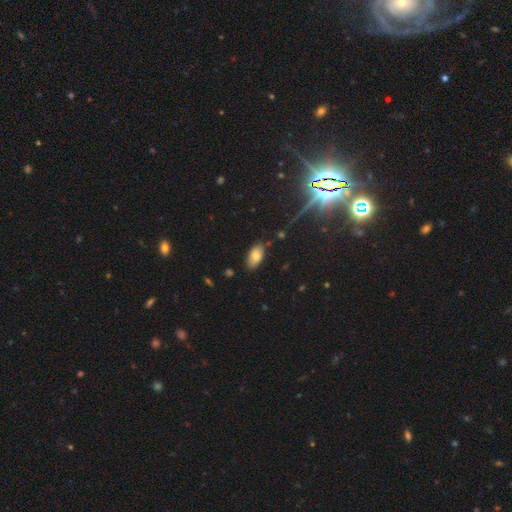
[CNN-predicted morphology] smooth_or_featured: smooth (p=0.76) [alt: featured or disk p=0.13]
how_rounded: in between (p=0.94) [alt: round p=0.03]
merging: none (p=0.82) [alt: minor disturbance p=0.14]